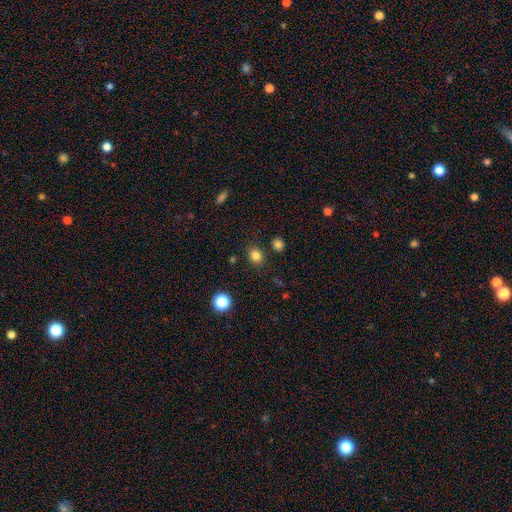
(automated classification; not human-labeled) Smooth or featured? smooth (82%)
How rounded? round (65%)
Merging? none (83%)